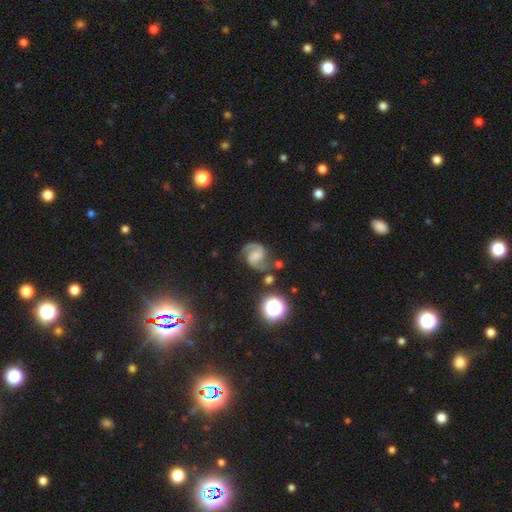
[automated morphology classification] featured or disk 86%, star or artifact 8%, smooth 6%. Down the decision tree: edge-on disk — no (98%); bar — no (46%); spiral arms — yes (98%); spiral arm count — 2 (93%); spiral winding — medium (61%); bulge size — small (50%); merging — none (74%).